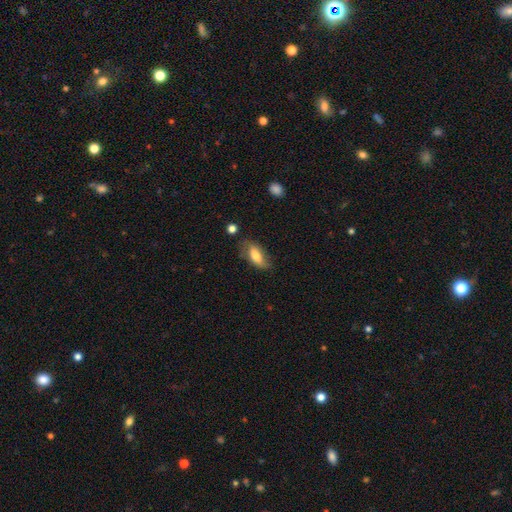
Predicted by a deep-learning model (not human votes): A smooth galaxy with no disk features (71%) that is in between round and cigar-shaped (82%).

Vote fractions:
- Smooth or featured? smooth: 71% / featured or disk: 21% / star or artifact: 7%
- How rounded? in between: 82% / cigar-shaped: 14% / round: 3%
- Merging? none: 63% / minor disturbance: 26% / major disturbance: 8% / merger: 3%